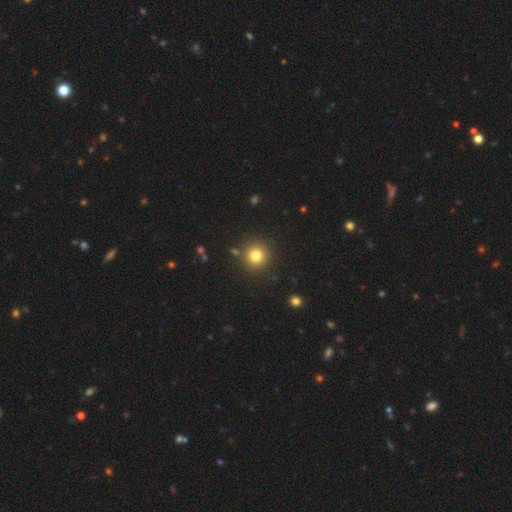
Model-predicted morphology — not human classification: Q: Smooth or featured?
A: smooth (80%); runner-up: star or artifact (13%)
Q: How rounded?
A: round (94%); runner-up: in between (5%)
Q: Merging?
A: none (88%); runner-up: minor disturbance (6%)